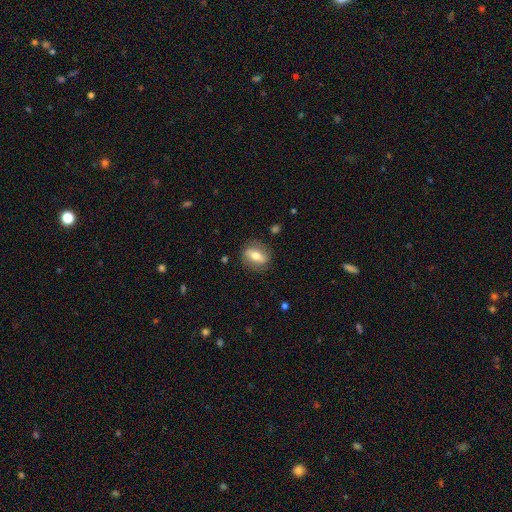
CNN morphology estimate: Smooth or featured? smooth (53%)
How rounded? in between (64%)
Merging? none (82%)